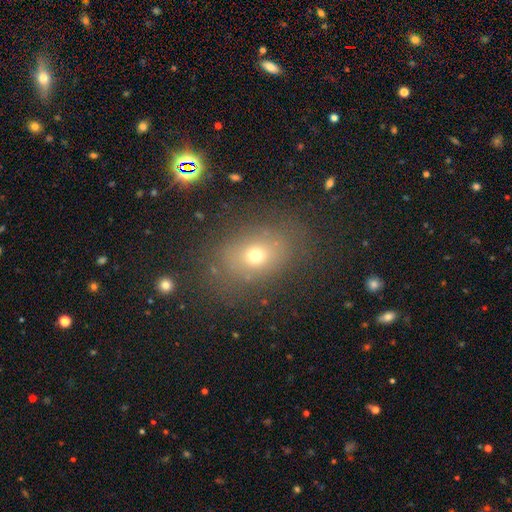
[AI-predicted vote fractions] The model was most divided on "how rounded": in between: 59%, round: 39%, cigar-shaped: 1%. More confident: merging — none (76%); smooth or featured — smooth (65%).